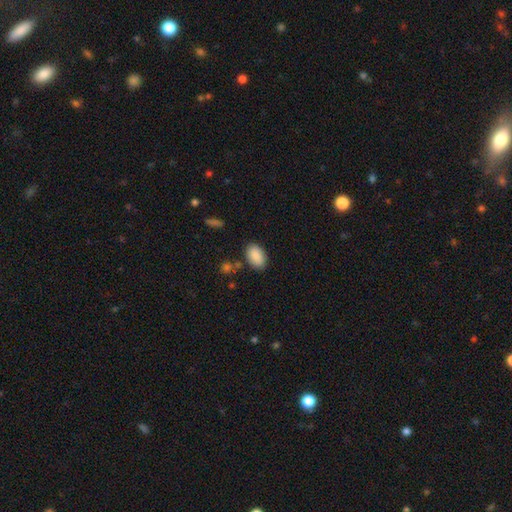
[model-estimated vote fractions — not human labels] The model was most divided on "merging": none: 81%, minor disturbance: 13%, merger: 3%, major disturbance: 3%. More confident: how rounded — in between (91%); smooth or featured — smooth (89%).